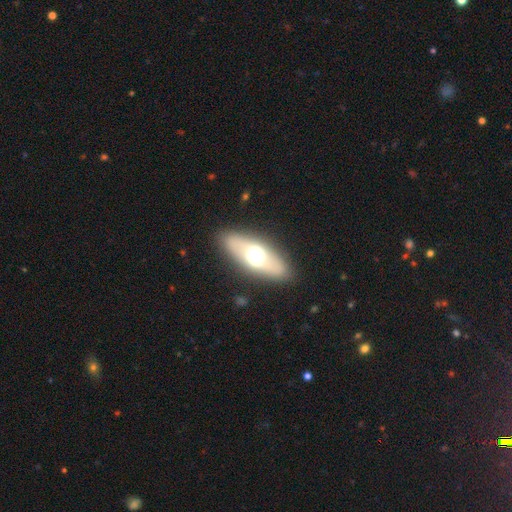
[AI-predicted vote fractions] Overall: smooth (47%; featured or disk 45%). Merging: none (86%).